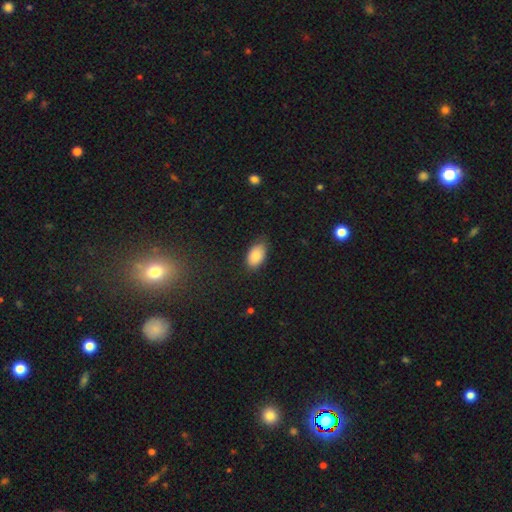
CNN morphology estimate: Q: Smooth or featured?
A: smooth (86%); runner-up: star or artifact (7%)
Q: How rounded?
A: in between (93%); runner-up: round (6%)
Q: Merging?
A: none (75%); runner-up: minor disturbance (20%)